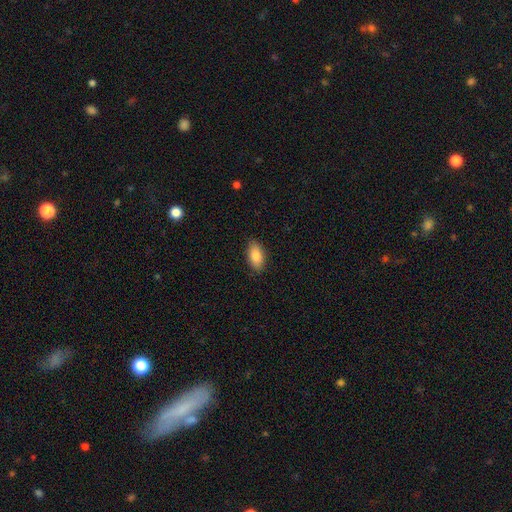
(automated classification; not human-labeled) Smooth or featured: smooth — 86% (featured or disk — 7%)
How rounded: in between — 91% (cigar-shaped — 6%)
Merging: none — 87% (minor disturbance — 10%)